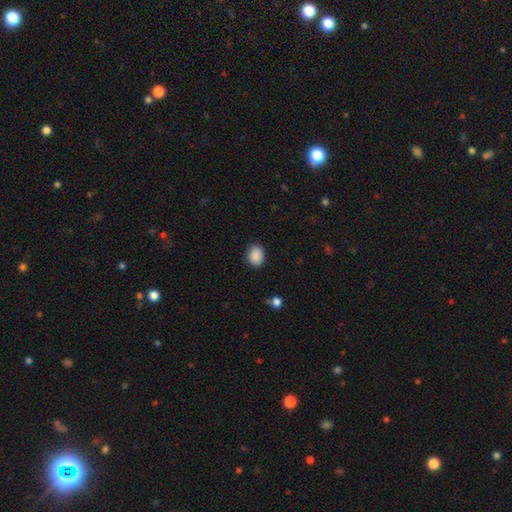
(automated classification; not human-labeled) Smooth or featured? smooth (89%)
How rounded? in between (55%)
Merging? none (87%)